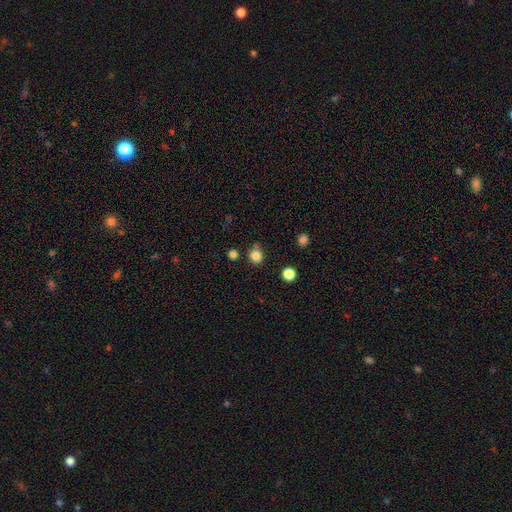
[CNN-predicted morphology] Smooth or featured?
  - smooth: 83% *
  - star or artifact: 13%
  - featured or disk: 4%
How rounded?
  - round: 87% *
  - in between: 12%
  - cigar-shaped: 1%
Merging?
  - none: 75% *
  - minor disturbance: 16%
  - merger: 6%
  - major disturbance: 4%